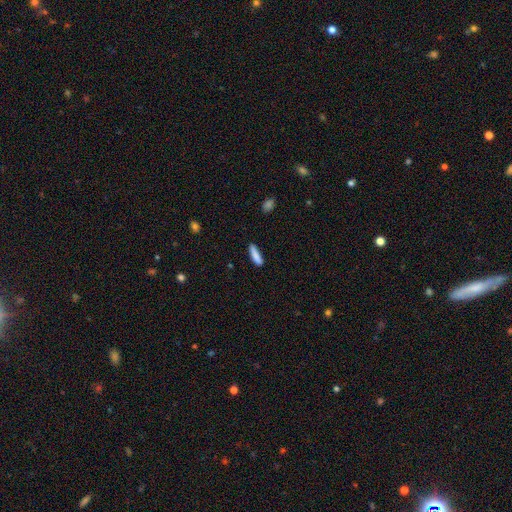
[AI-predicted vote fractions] smooth_or_featured: smooth (p=0.86) [alt: featured or disk p=0.08]
how_rounded: cigar-shaped (p=0.77) [alt: in between p=0.22]
merging: none (p=0.81) [alt: minor disturbance p=0.14]